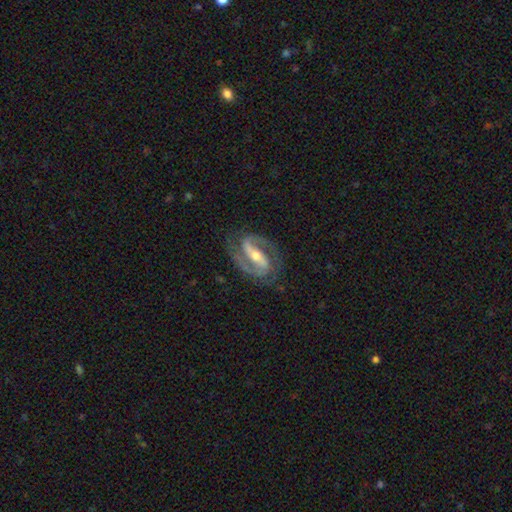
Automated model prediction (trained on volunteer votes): This appears to be a featured or disk galaxy (92%) with a strong bar (65%), 2 (93%) medium (54%) spiral arms (98%) and a moderate central bulge (54%). Merging: none (82%).